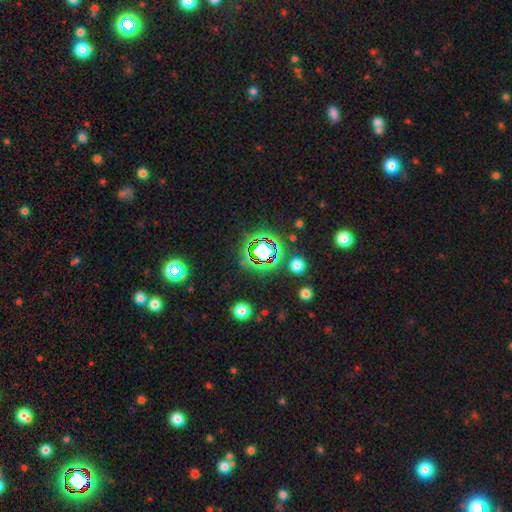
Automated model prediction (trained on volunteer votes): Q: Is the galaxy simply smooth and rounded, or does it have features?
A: star or artifact — 78%.